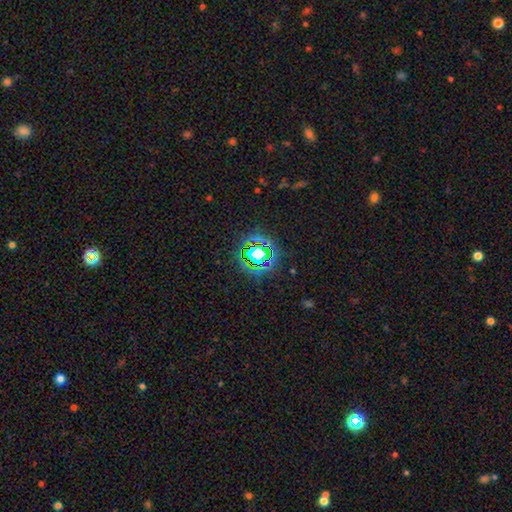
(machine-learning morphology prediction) Smooth or featured: star or artifact — 68% (smooth — 19%)